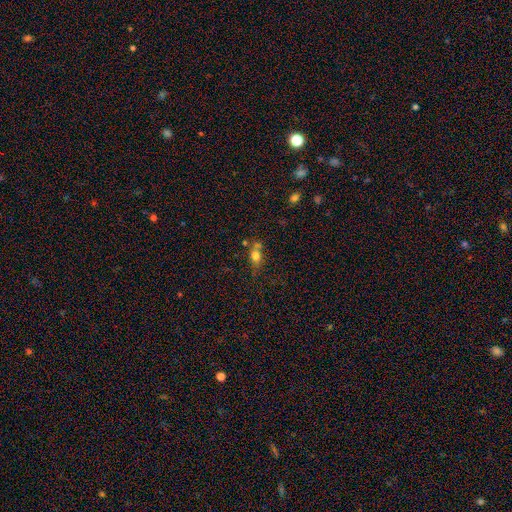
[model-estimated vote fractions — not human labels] A smooth galaxy with no disk features (72%) that is in between round and cigar-shaped (52%).

Vote fractions:
- Smooth or featured? smooth: 72% / featured or disk: 15% / star or artifact: 13%
- How rounded? in between: 52% / round: 43% / cigar-shaped: 5%
- Merging? none: 46% / merger: 31% / minor disturbance: 17% / major disturbance: 7%